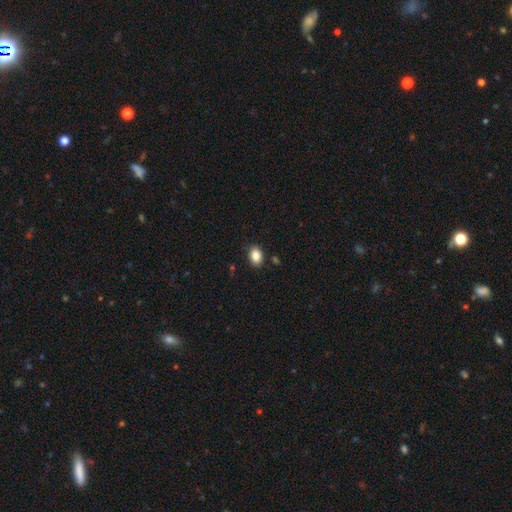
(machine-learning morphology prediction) Smooth or featured: smooth — 87% (star or artifact — 8%)
How rounded: in between — 80% (round — 19%)
Merging: none — 86% (minor disturbance — 10%)